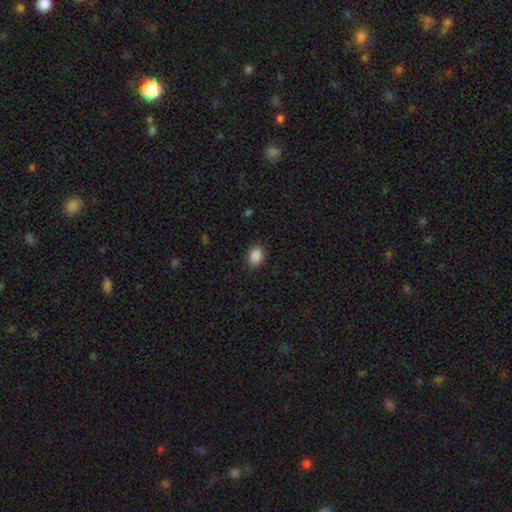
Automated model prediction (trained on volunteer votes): Smooth or featured? Predicted: smooth (p=0.89). How rounded? Predicted: in between (p=0.73). Merging? Predicted: none (p=0.86).